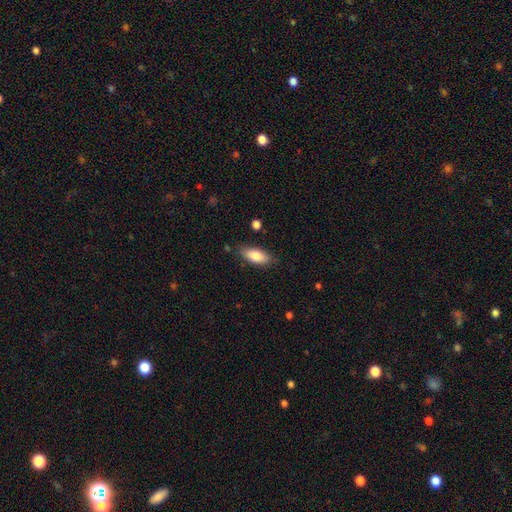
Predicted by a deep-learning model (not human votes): A smooth galaxy with no disk features (81%) that is in between round and cigar-shaped (81%).

Vote fractions:
- Smooth or featured? smooth: 81% / featured or disk: 13% / star or artifact: 7%
- How rounded? in between: 81% / cigar-shaped: 17% / round: 2%
- Merging? none: 81% / minor disturbance: 14% / major disturbance: 3% / merger: 2%